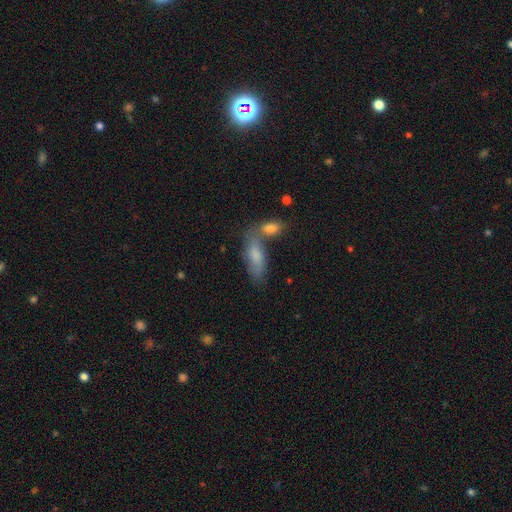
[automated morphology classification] Smooth or featured? Predicted: smooth (p=0.69). How rounded? Predicted: in between (p=0.68). Merging? Predicted: none (p=0.46).